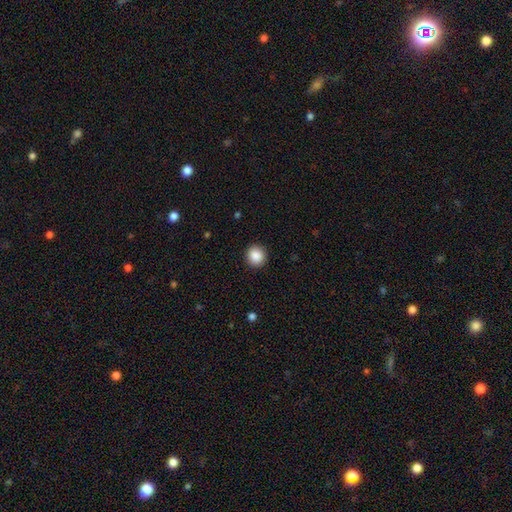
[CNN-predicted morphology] A smooth galaxy with no disk features (88%) that is round (91%).

Vote fractions:
- Smooth or featured? smooth: 88% / star or artifact: 9% / featured or disk: 3%
- How rounded? round: 91% / in between: 8% / cigar-shaped: 1%
- Merging? none: 92% / minor disturbance: 6% / major disturbance: 2% / merger: 1%